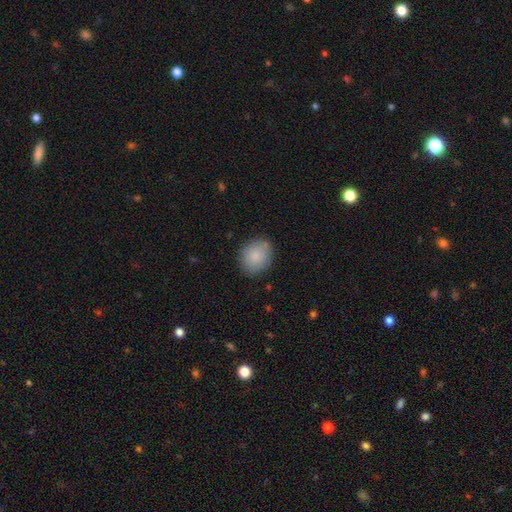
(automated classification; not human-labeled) A smooth galaxy with no disk features (85%) that is round (62%).

Vote fractions:
- Smooth or featured? smooth: 85% / featured or disk: 8% / star or artifact: 7%
- How rounded? round: 62% / in between: 38% / cigar-shaped: 1%
- Merging? none: 81% / minor disturbance: 13% / major disturbance: 3% / merger: 2%